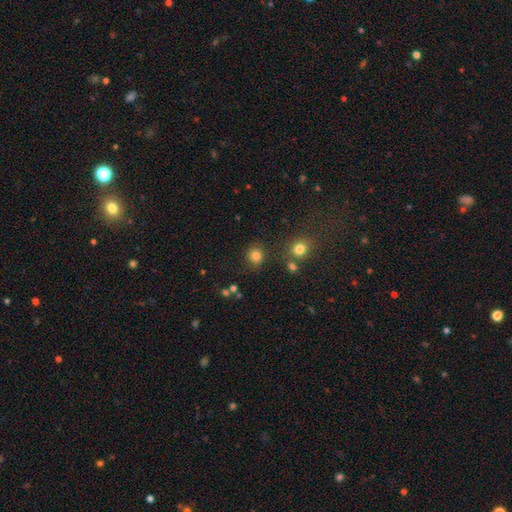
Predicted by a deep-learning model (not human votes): Smooth or featured? smooth (81%)
How rounded? round (82%)
Merging? none (80%)